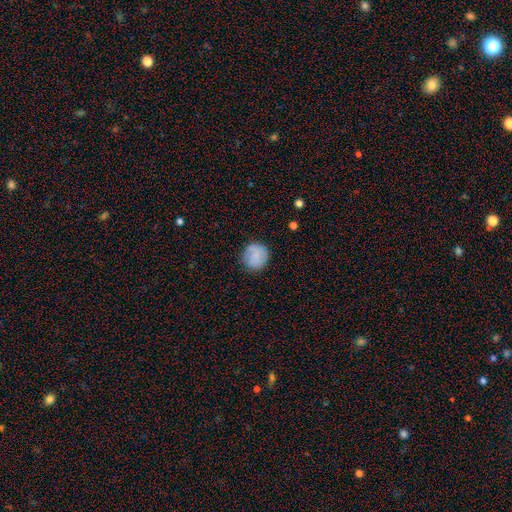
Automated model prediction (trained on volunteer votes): smooth_or_featured: smooth (p=0.81) [alt: featured or disk p=0.11]
how_rounded: round (p=0.90) [alt: in between p=0.09]
merging: none (p=0.81) [alt: minor disturbance p=0.14]